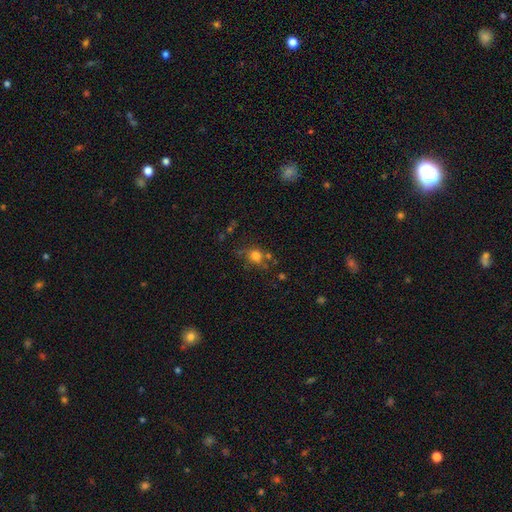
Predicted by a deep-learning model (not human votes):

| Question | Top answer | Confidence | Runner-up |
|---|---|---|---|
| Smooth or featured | smooth | 73% | star or artifact (15%) |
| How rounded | round | 74% | in between (25%) |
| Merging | none | 60% | minor disturbance (20%) |